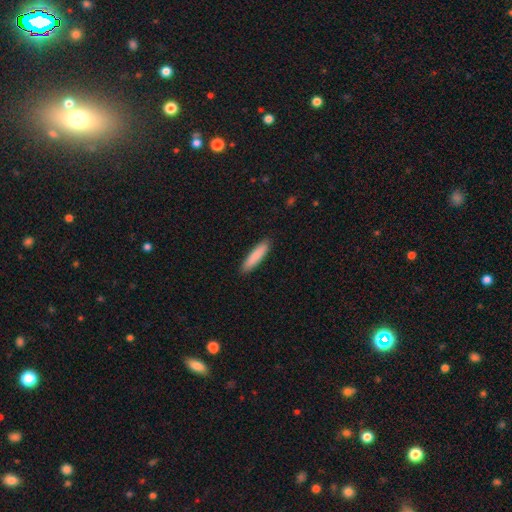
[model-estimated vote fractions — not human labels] Smooth or featured? Predicted: smooth (p=0.86). How rounded? Predicted: cigar-shaped (p=0.81). Merging? Predicted: none (p=0.90).